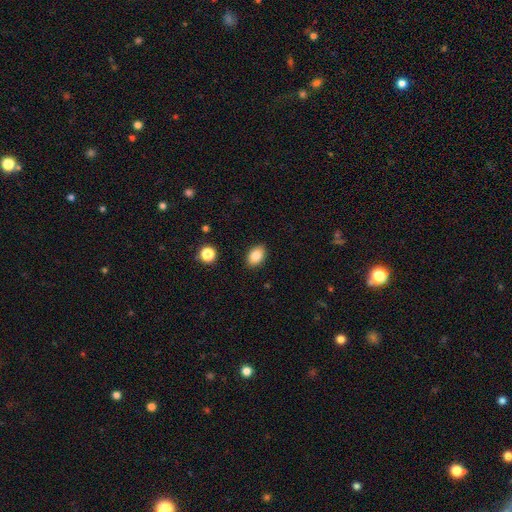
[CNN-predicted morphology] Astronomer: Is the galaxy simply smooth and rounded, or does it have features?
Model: smooth — 85%.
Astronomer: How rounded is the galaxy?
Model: in between — 85%.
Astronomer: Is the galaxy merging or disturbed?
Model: none — 88%.